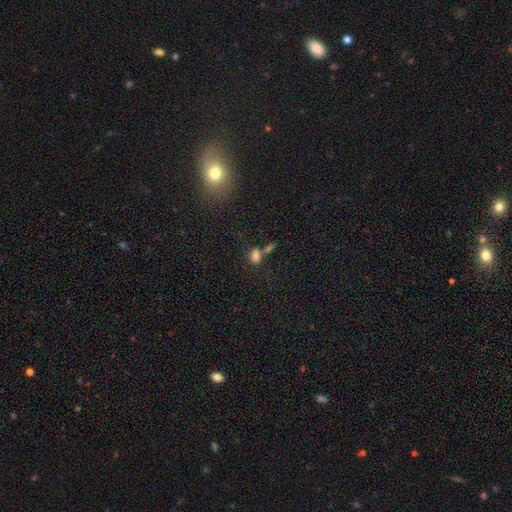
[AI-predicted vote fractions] Smooth or featured?
  - smooth: 75% *
  - star or artifact: 15%
  - featured or disk: 10%
How rounded?
  - in between: 73% *
  - round: 24%
  - cigar-shaped: 3%
Merging?
  - none: 40% *
  - merger: 39%
  - minor disturbance: 13%
  - major disturbance: 8%